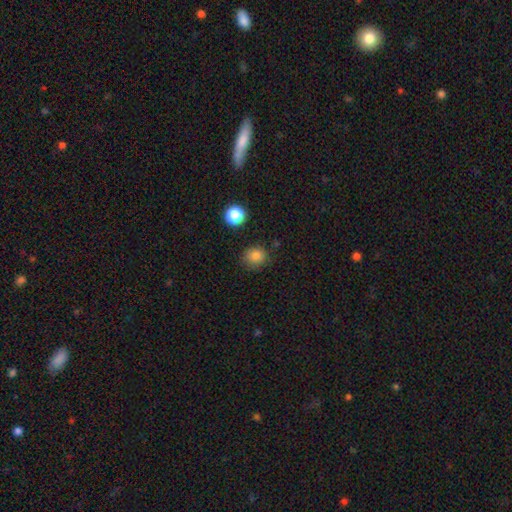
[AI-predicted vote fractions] Smooth or featured: smooth — 83% (star or artifact — 12%)
How rounded: round — 78% (in between — 21%)
Merging: none — 81% (minor disturbance — 13%)